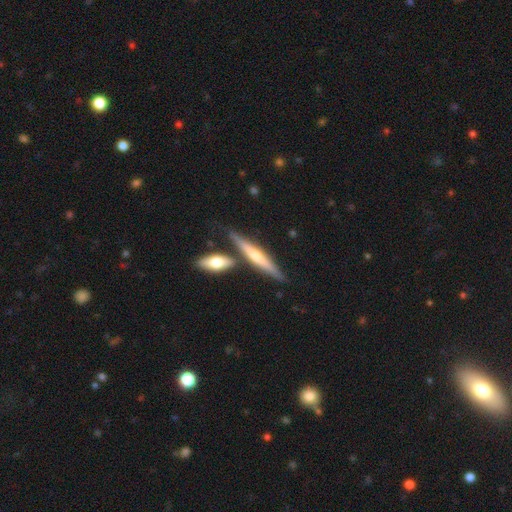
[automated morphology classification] Q: Smooth or featured?
A: featured or disk (64%); runner-up: smooth (30%)
Q: Edge-on disk?
A: yes (95%); runner-up: no (5%)
Q: Edge-on bulge?
A: rounded (74%); runner-up: none (18%)
Q: Merging?
A: none (74%); runner-up: merger (14%)